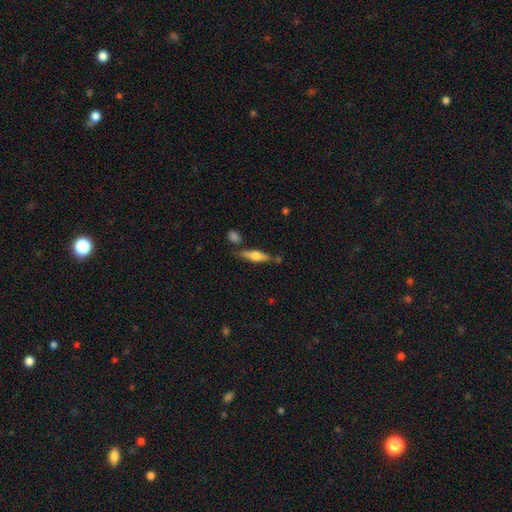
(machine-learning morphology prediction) smooth_or_featured: featured or disk (p=0.47) [alt: smooth p=0.46]
merging: none (p=0.73) [alt: minor disturbance p=0.15]